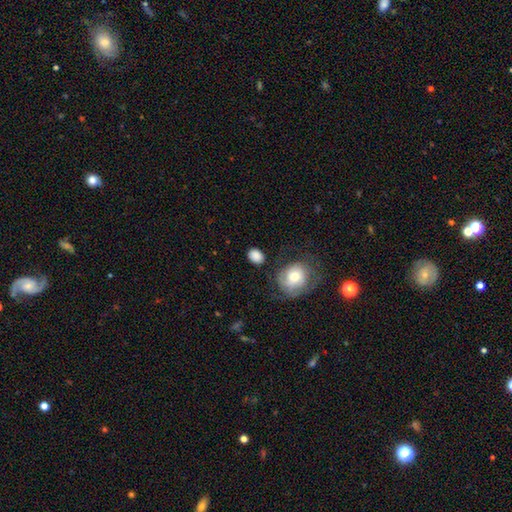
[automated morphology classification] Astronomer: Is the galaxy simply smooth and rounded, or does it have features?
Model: smooth — 85%.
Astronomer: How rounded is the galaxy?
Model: in between — 53% (runner-up: round, 46%).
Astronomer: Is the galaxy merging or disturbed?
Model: none — 73%.